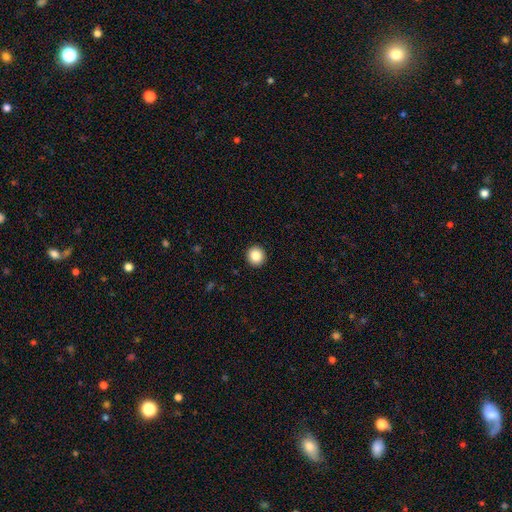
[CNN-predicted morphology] Smooth or featured?
  - smooth: 86% *
  - star or artifact: 9%
  - featured or disk: 5%
How rounded?
  - round: 94% *
  - in between: 5%
  - cigar-shaped: 1%
Merging?
  - none: 93% *
  - minor disturbance: 4%
  - major disturbance: 1%
  - merger: 1%